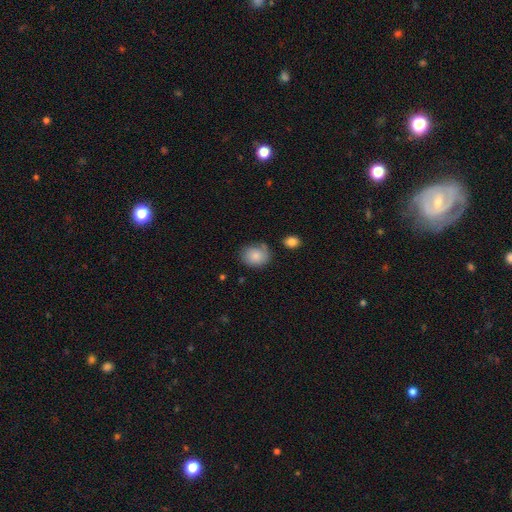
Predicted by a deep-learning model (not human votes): smooth 81%, featured or disk 11%, star or artifact 8%. Down the decision tree: how rounded — round (52%); merging — none (64%).